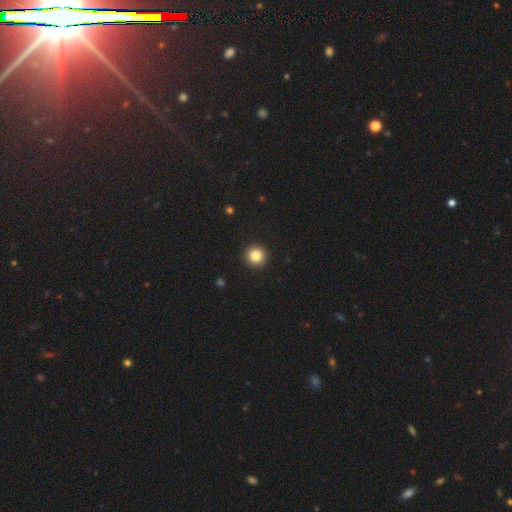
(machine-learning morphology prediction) A smooth galaxy with no disk features (84%) that is round (96%). Merging: none (94%).